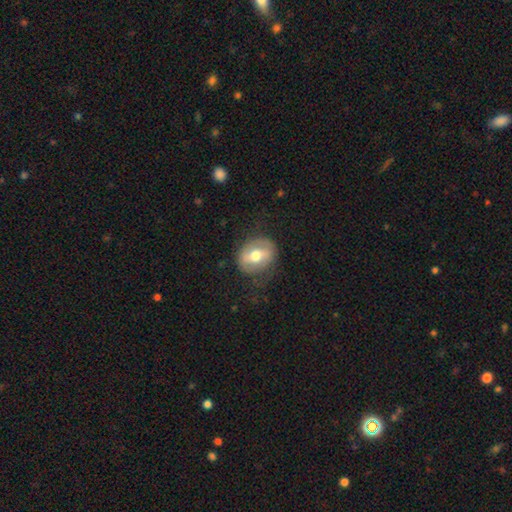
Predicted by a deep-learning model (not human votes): Smooth or featured: featured or disk — 54% (smooth — 40%)
Edge-on disk: no — 93% (yes — 7%)
Merging: none — 72% (minor disturbance — 18%)